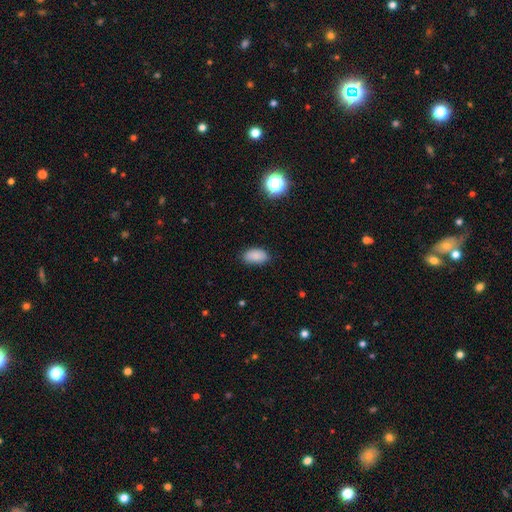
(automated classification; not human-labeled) Smooth or featured?
  - smooth: 86% *
  - star or artifact: 9%
  - featured or disk: 5%
How rounded?
  - in between: 93% *
  - round: 5%
  - cigar-shaped: 2%
Merging?
  - none: 81% *
  - minor disturbance: 15%
  - major disturbance: 3%
  - merger: 1%